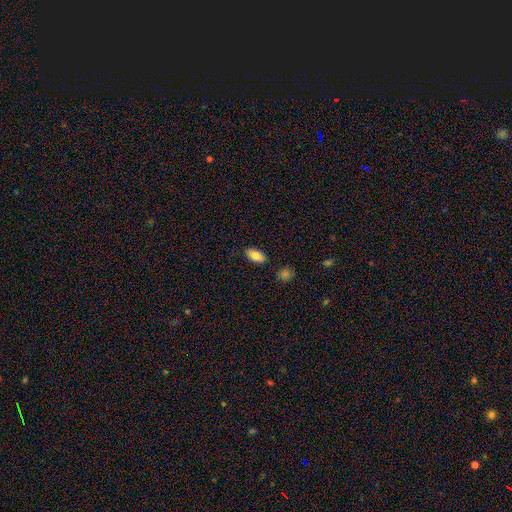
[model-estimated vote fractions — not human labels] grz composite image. It shows a smooth galaxy with no disk features (84%) that is in between round and cigar-shaped (91%). Merging: none (86%).